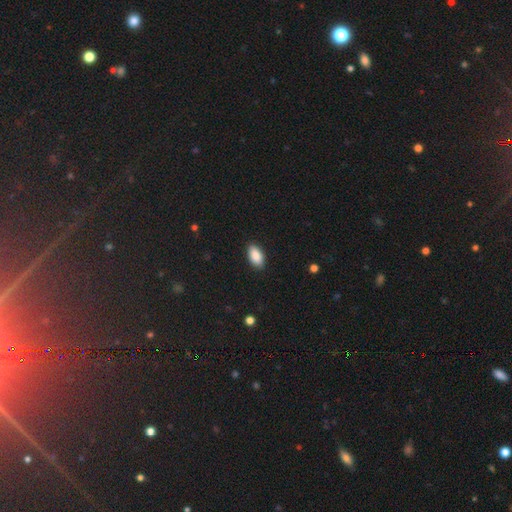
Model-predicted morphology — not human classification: Smooth or featured? smooth (89%)
How rounded? in between (94%)
Merging? none (89%)